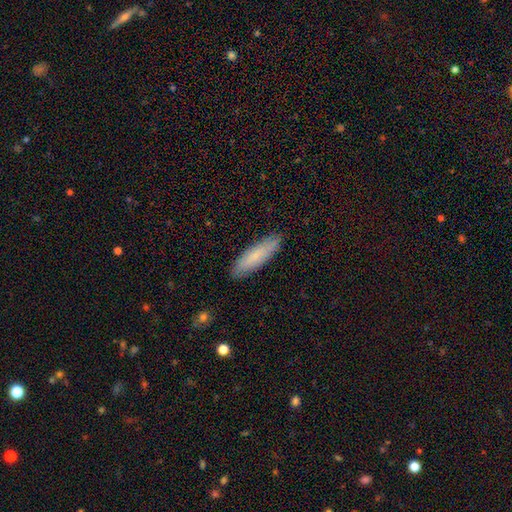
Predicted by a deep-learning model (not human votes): smooth-or-featured: smooth: 78% | featured or disk: 16% | star or artifact: 6%
  how-rounded: cigar-shaped: 63% | in between: 35% | round: 2%
  merging: none: 89% | minor disturbance: 9% | major disturbance: 2% | merger: 1%